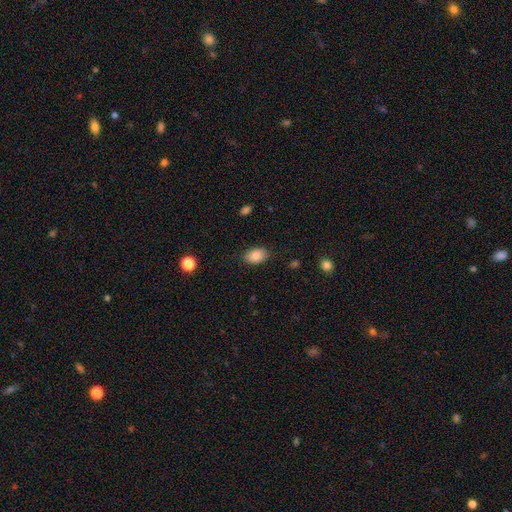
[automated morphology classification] smooth_or_featured: smooth (p=0.87) [alt: star or artifact p=0.08]
how_rounded: in between (p=0.89) [alt: round p=0.10]
merging: none (p=0.86) [alt: minor disturbance p=0.10]